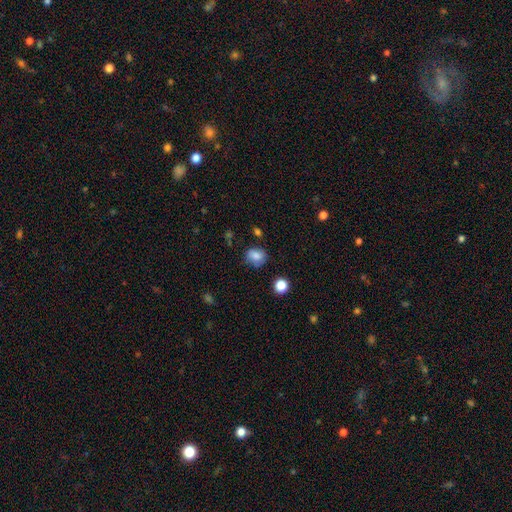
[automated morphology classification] Overall: smooth (78%). How rounded: round (57%; in between 42%). Merging: none (67%).